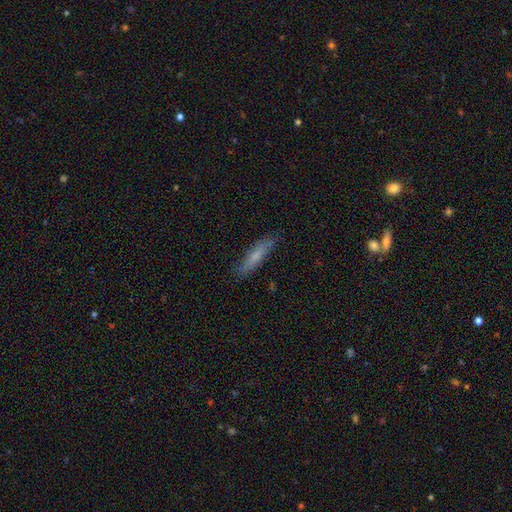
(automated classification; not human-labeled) This appears to be a smooth galaxy with no disk features (62%) that is cigar-shaped (85%). Merging: none (82%).